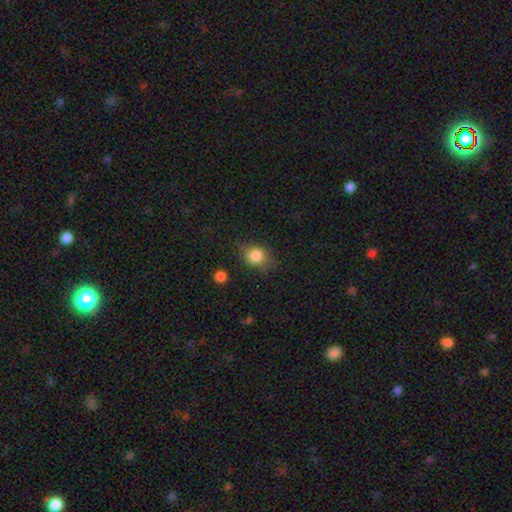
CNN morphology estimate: A smooth galaxy with no disk features (83%) that is round (61%). Merging: none (69%).